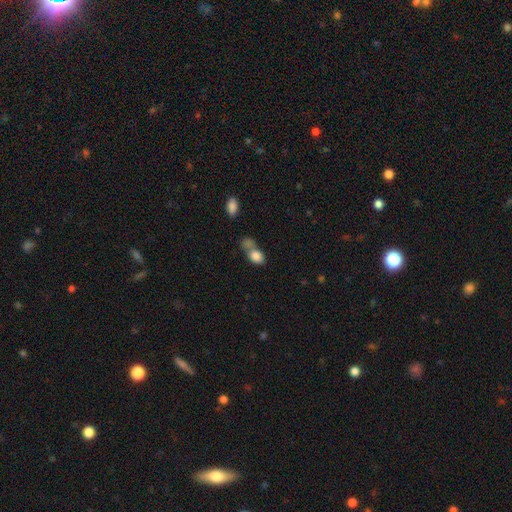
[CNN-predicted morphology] A smooth galaxy with no disk features (83%) that is in between round and cigar-shaped (74%).

Vote fractions:
- Smooth or featured? smooth: 83% / featured or disk: 8% / star or artifact: 8%
- How rounded? in between: 74% / round: 24% / cigar-shaped: 2%
- Merging? merger: 52% / none: 29% / minor disturbance: 11% / major disturbance: 8%